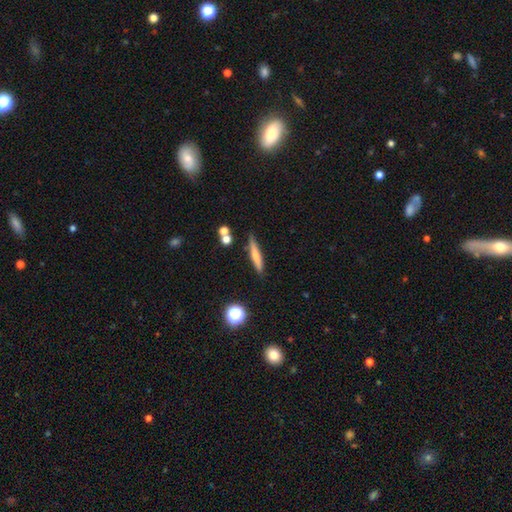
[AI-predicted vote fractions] This is likely a smooth galaxy (61%). How rounded: clearly cigar-shaped (90%). Merging: clearly none (82%).